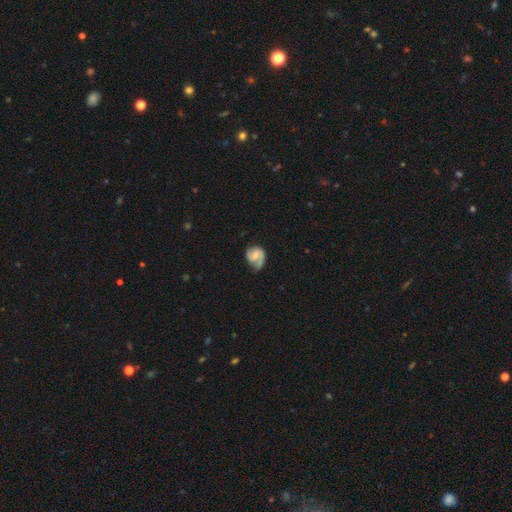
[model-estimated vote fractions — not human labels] Overall: featured or disk (75%). Edge-on disk: no (98%). Bar: weak (49%; no 35%). Spiral arms: yes (94%). Spiral arm count: 2 (71%). Spiral winding: medium (47%; tight 30%). Bulge size: small (37%; none 33%). Merging: none (60%; minor disturbance 25%).